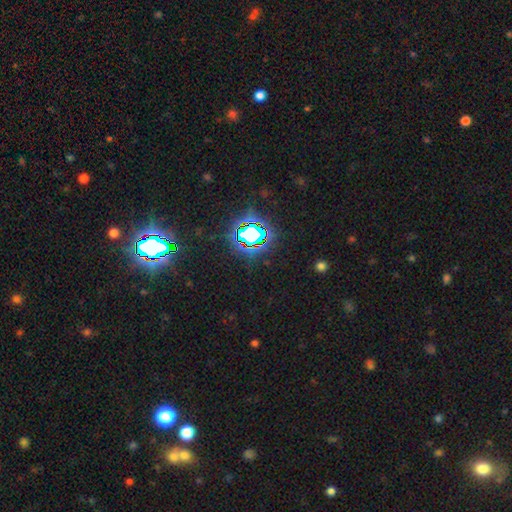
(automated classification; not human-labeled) Q: Smooth or featured?
A: star or artifact (82%); runner-up: smooth (11%)